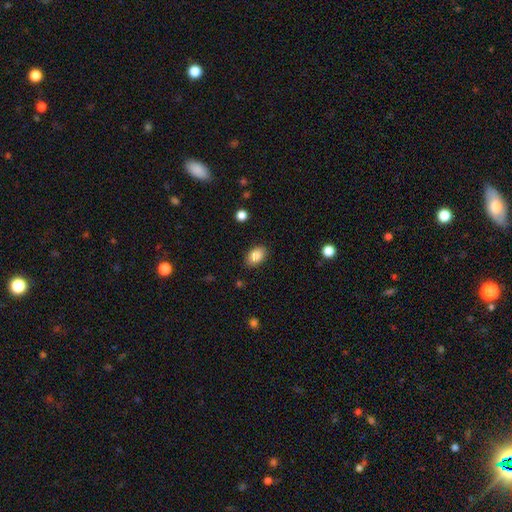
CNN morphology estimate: Overall: smooth (84%). How rounded: in between (85%). Merging: none (87%).